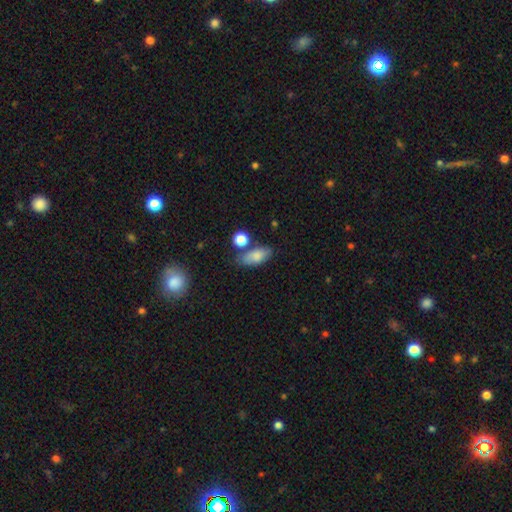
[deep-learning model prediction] Smooth or featured? smooth (80%)
How rounded? in between (81%)
Merging? none (64%)